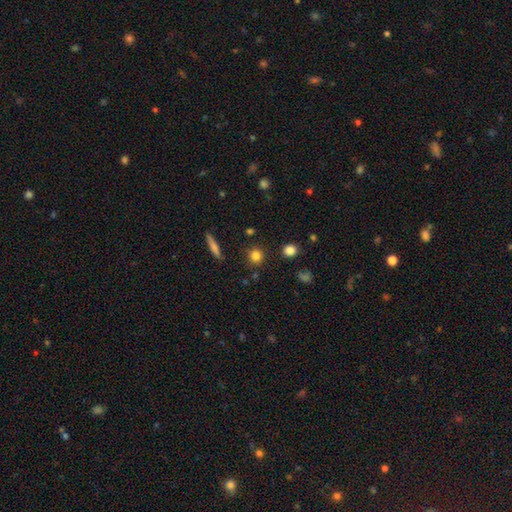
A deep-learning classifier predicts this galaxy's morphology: smooth-or-featured: smooth: 82% | star or artifact: 12% | featured or disk: 6%
  how-rounded: round: 88% | in between: 10% | cigar-shaped: 2%
  merging: none: 86% | minor disturbance: 8% | merger: 3% | major disturbance: 3%